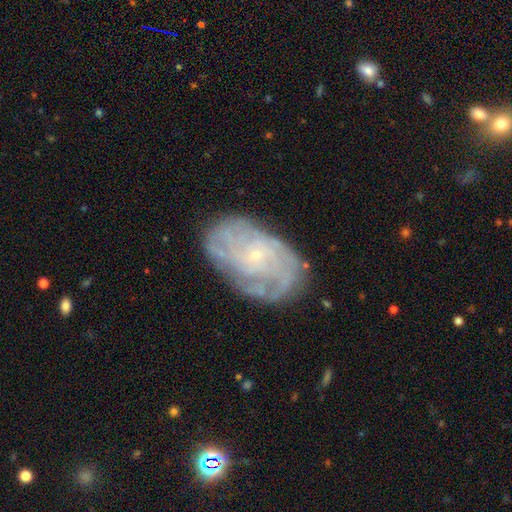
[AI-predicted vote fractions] smooth-or-featured: featured or disk: 78% | smooth: 15% | star or artifact: 8%
  disk-edge-on: no: 96% | yes: 4%
    bar: no: 78% | weak: 18% | strong: 4%
    has-spiral-arms: yes: 90% | no: 10%
      spiral-winding: tight: 68% | medium: 25% | loose: 8%
      spiral-arm-count: can't tell: 43% | 4: 16% | more than 4: 12% | 3: 12% | 2: 11% | 1: 6%
    bulge-size: small: 87% | moderate: 9% | none: 2% | large: 1% | dominant: 1%
  merging: none: 76% | minor disturbance: 17% | major disturbance: 6% | merger: 2%